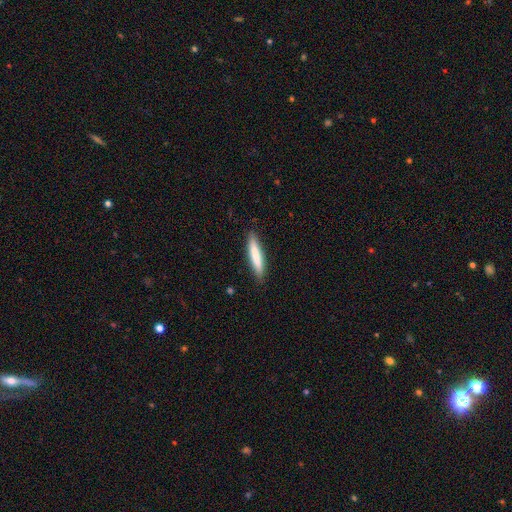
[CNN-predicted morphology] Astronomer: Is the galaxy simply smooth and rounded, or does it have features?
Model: smooth — 75%.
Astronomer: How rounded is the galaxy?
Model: cigar-shaped — 89%.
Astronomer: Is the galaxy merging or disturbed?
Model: none — 88%.